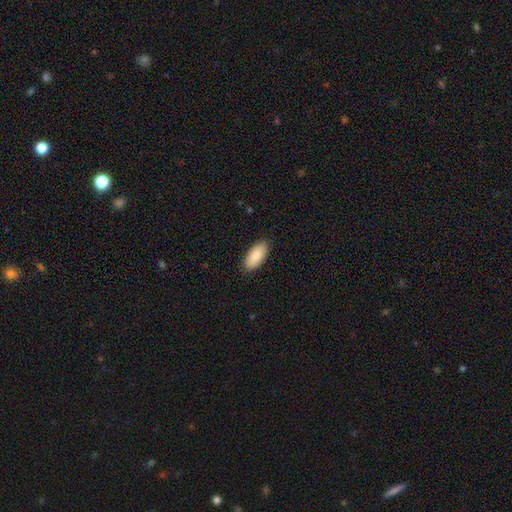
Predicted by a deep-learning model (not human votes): Smooth or featured? smooth (85%)
How rounded? in between (90%)
Merging? none (89%)